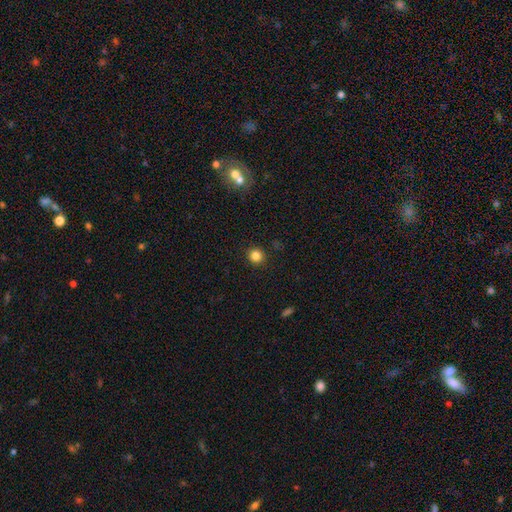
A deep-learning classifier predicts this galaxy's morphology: The model was most divided on "smooth or featured": smooth: 84%, star or artifact: 12%, featured or disk: 4%. More confident: merging — none (91%); how rounded — round (91%).